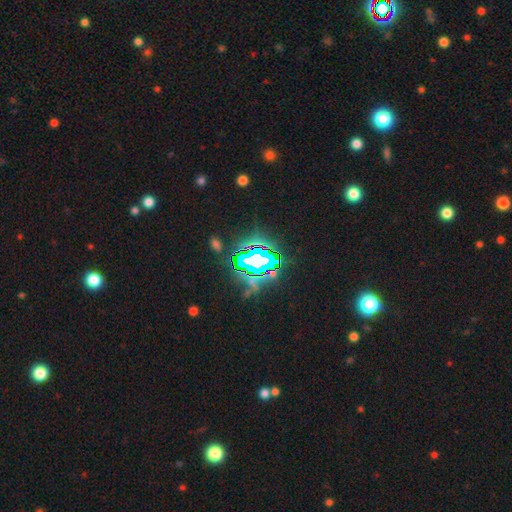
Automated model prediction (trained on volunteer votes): A star or artifact, not a galaxy (79%).

Vote fractions:
- Smooth or featured? star or artifact: 79% / smooth: 11% / featured or disk: 10%